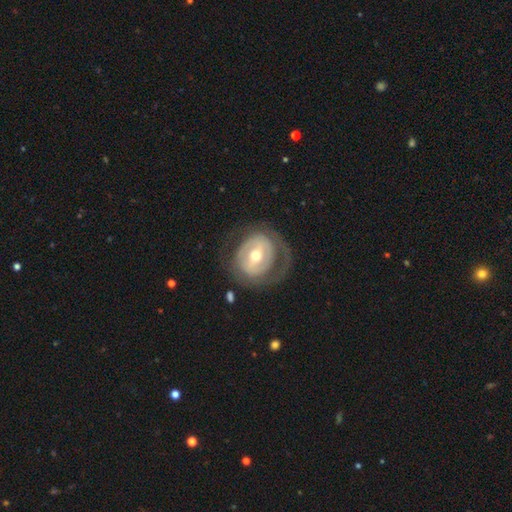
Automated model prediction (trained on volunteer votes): A featured or disk galaxy (72%) with a weak bar (40%), spiral arms (54%) and a moderate central bulge (66%).

Vote fractions:
- Smooth or featured? featured or disk: 72% / smooth: 23% / star or artifact: 5%
- Edge-on disk? no: 96% / yes: 4%
- Bar? weak: 40% / strong: 32% / no: 28%
- Spiral arms? yes: 54% / no: 46%
- Bulge size? moderate: 66% / small: 28% / large: 4% / dominant: 1% / none: 1%
- Merging? none: 63% / major disturbance: 19% / minor disturbance: 17% / merger: 1%